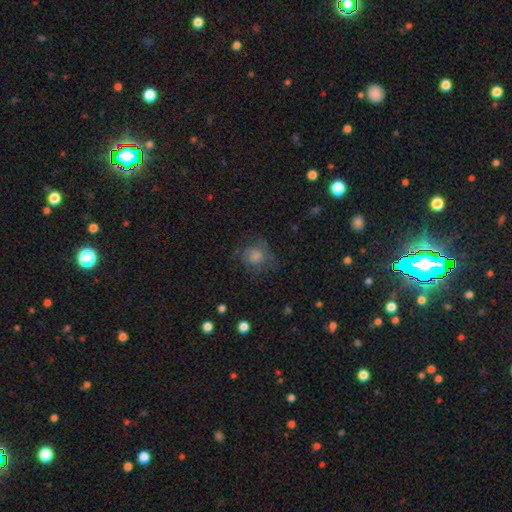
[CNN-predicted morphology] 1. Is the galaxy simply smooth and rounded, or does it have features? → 44% smooth, 36% featured or disk, 20% star or artifact.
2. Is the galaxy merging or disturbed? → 65% none, 19% minor disturbance, 15% major disturbance, 1% merger.